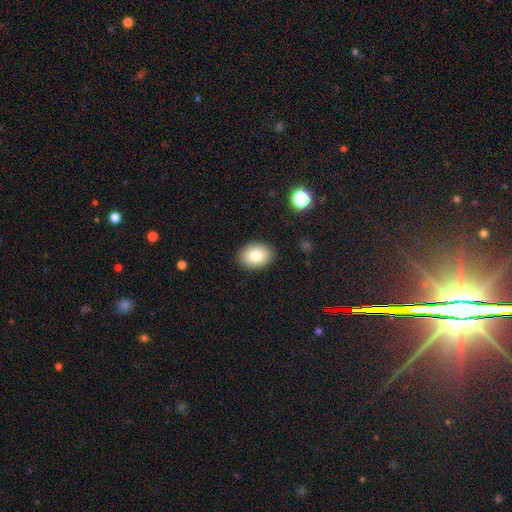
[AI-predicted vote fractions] A smooth galaxy with no disk features (82%) that is in between round and cigar-shaped (68%). Merging: none (89%).